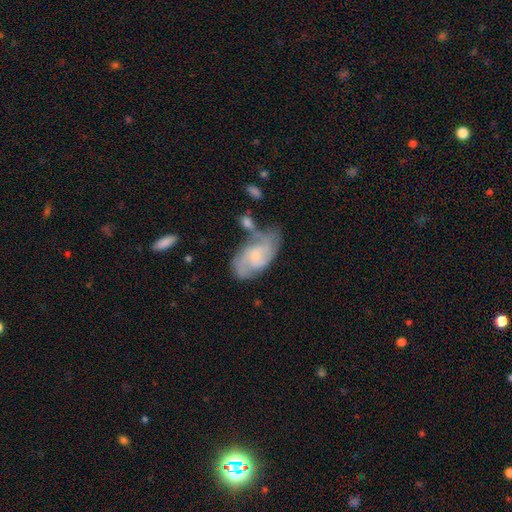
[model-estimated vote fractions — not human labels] Smooth or featured: featured or disk — 68% (smooth — 25%)
Edge-on disk: no — 96% (yes — 4%)
Bar: no — 58% (weak — 37%)
Spiral arms: yes — 88% (no — 12%)
Spiral winding: medium — 45% (tight — 34%)
Spiral arm count: 2 — 52% (can't tell — 25%)
Bulge size: small — 62% (moderate — 25%)
Merging: none — 47% (minor disturbance — 25%)